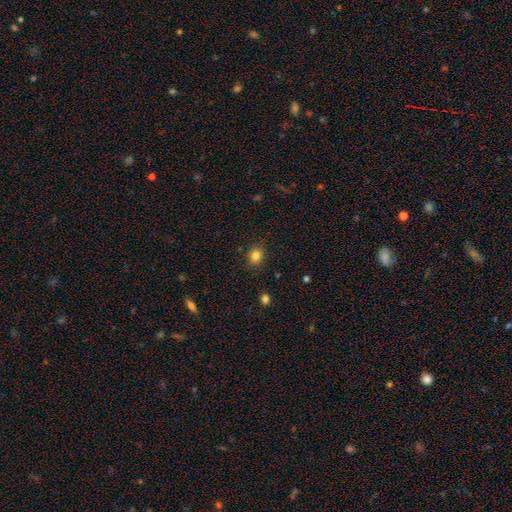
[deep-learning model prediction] Morphology: type=smooth (83%); roundness=round (74%); merging=none (89%).